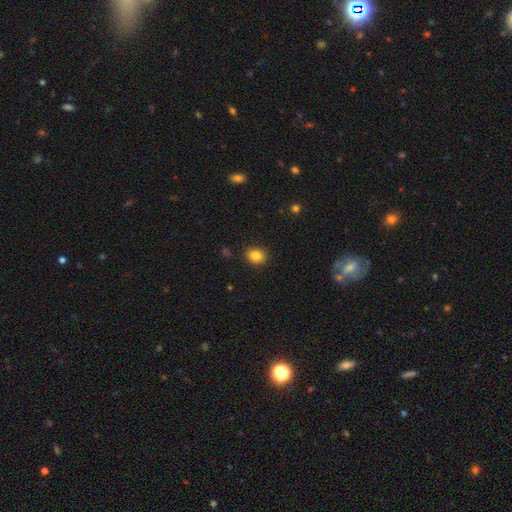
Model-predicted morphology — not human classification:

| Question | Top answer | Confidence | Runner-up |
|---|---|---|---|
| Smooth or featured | smooth | 84% | star or artifact (10%) |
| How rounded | in between | 53% | round (46%) |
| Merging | none | 88% | minor disturbance (9%) |